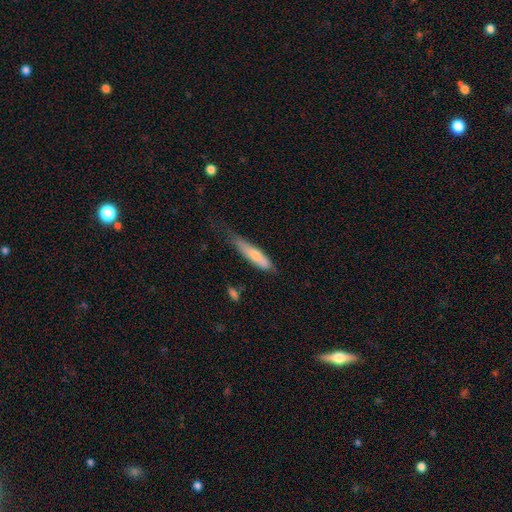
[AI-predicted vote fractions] smooth 65%, featured or disk 29%, star or artifact 6%. Down the decision tree: how rounded — cigar-shaped (77%); merging — none (49%).